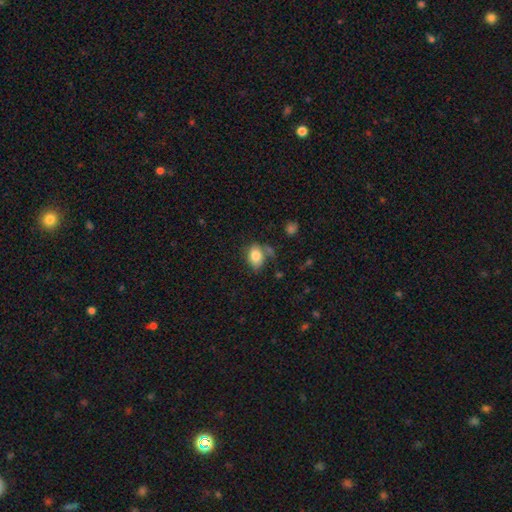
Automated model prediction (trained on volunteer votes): smooth-or-featured: smooth: 80% | featured or disk: 11% | star or artifact: 9%
  how-rounded: in between: 79% | round: 19% | cigar-shaped: 1%
  merging: none: 55% | minor disturbance: 23% | merger: 12% | major disturbance: 10%